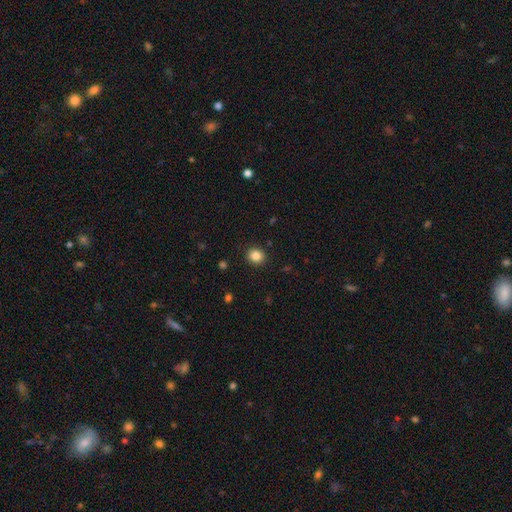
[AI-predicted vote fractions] A smooth galaxy with no disk features (85%) that is round (77%).

Vote fractions:
- Smooth or featured? smooth: 85% / star or artifact: 11% / featured or disk: 5%
- How rounded? round: 77% / in between: 22% / cigar-shaped: 1%
- Merging? none: 90% / minor disturbance: 6% / major disturbance: 2% / merger: 1%